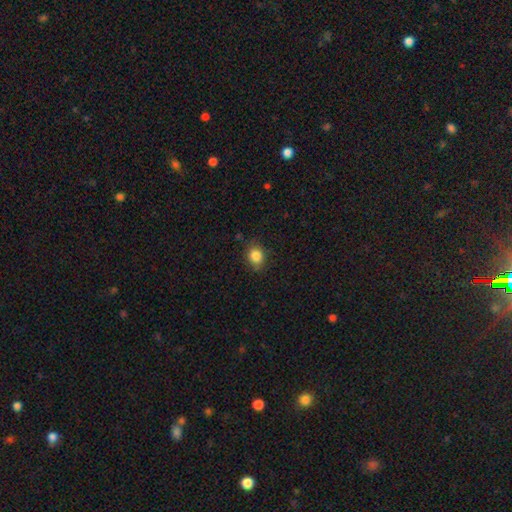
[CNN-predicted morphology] Smooth or featured? Predicted: smooth (p=0.85). How rounded? Predicted: round (p=0.59). Merging? Predicted: none (p=0.78).